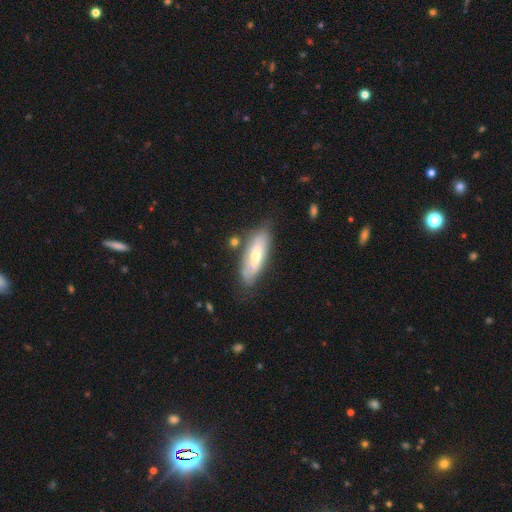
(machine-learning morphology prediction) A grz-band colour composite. It shows a smooth galaxy with no disk features (53%) that is in between round and cigar-shaped (56%). Merging: none (75%).